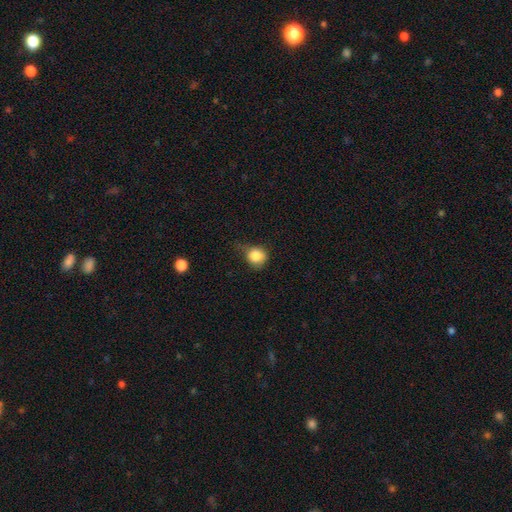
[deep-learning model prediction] Morphology: type=smooth (82%); roundness=round (82%); merging=none (46%).